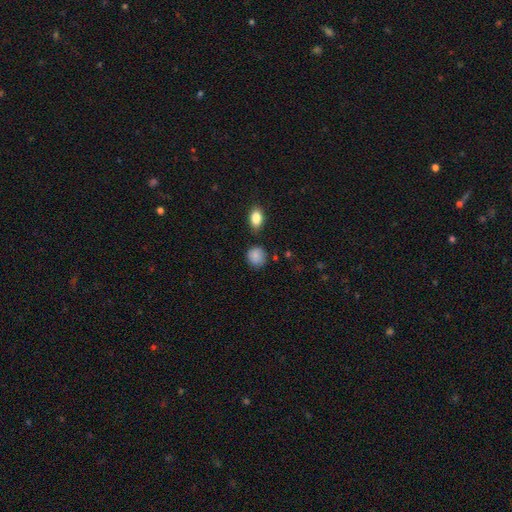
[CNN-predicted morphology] Smooth or featured? smooth (86%)
How rounded? round (79%)
Merging? none (77%)